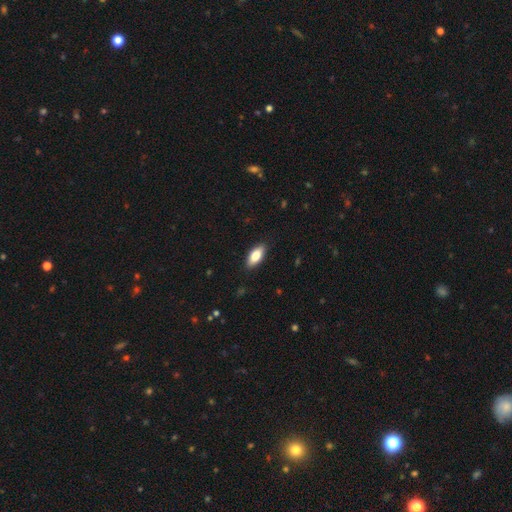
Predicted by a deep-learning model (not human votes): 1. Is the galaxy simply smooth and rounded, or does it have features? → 81% smooth, 12% featured or disk, 6% star or artifact.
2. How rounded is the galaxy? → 84% in between, 13% cigar-shaped, 2% round.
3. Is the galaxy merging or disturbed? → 88% none, 9% minor disturbance, 2% major disturbance, 1% merger.